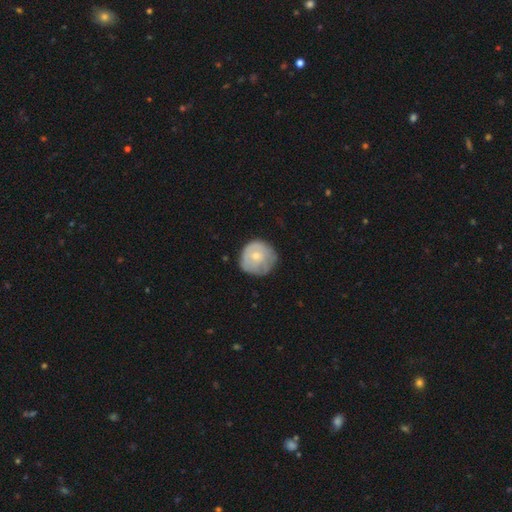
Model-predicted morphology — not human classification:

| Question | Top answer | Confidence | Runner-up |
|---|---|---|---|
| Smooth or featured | smooth | 62% | featured or disk (32%) |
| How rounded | round | 90% | in between (9%) |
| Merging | none | 65% | minor disturbance (26%) |